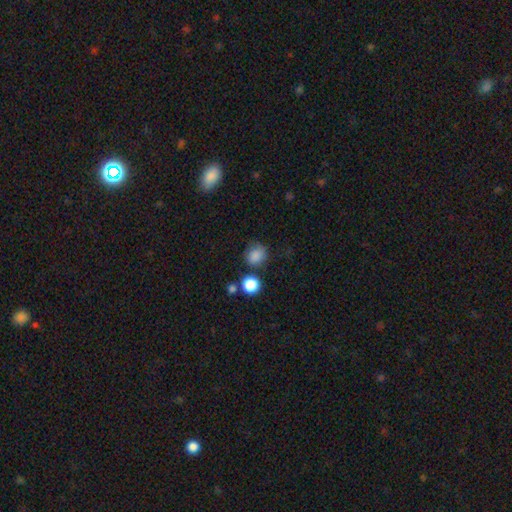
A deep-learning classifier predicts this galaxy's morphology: A smooth galaxy with no disk features (83%) that is round (78%). Merging: none (71%).